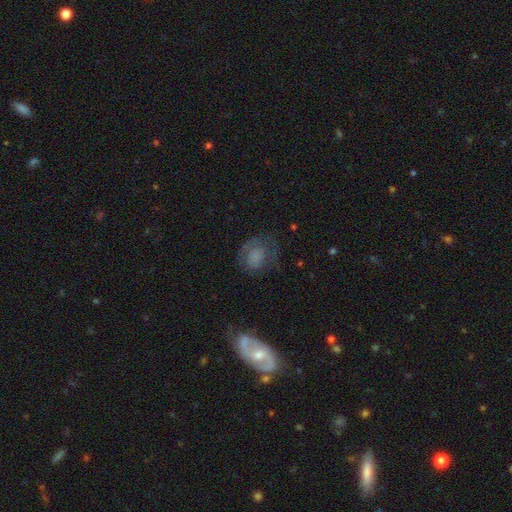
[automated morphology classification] Q: Smooth or featured?
A: smooth (57%); runner-up: featured or disk (30%)
Q: How rounded?
A: round (57%); runner-up: in between (41%)
Q: Merging?
A: none (56%); runner-up: minor disturbance (23%)